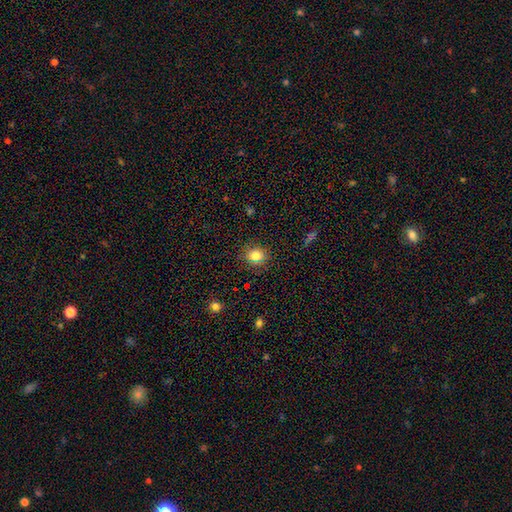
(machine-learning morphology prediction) A smooth galaxy with no disk features (82%) that is round (78%).

Vote fractions:
- Smooth or featured? smooth: 82% / star or artifact: 12% / featured or disk: 7%
- How rounded? round: 78% / in between: 21% / cigar-shaped: 1%
- Merging? none: 88% / minor disturbance: 8% / major disturbance: 2% / merger: 1%